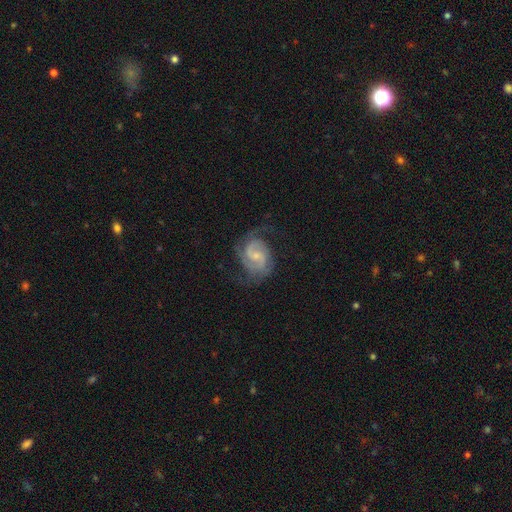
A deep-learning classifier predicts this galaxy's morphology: type=featured or disk (86%); edge-on=no (98%); bar=weak (50%); spiral arms=yes (97%); winding=medium (48%); arm count=2 (77%); bulge=small (66%); merging=none (65%).